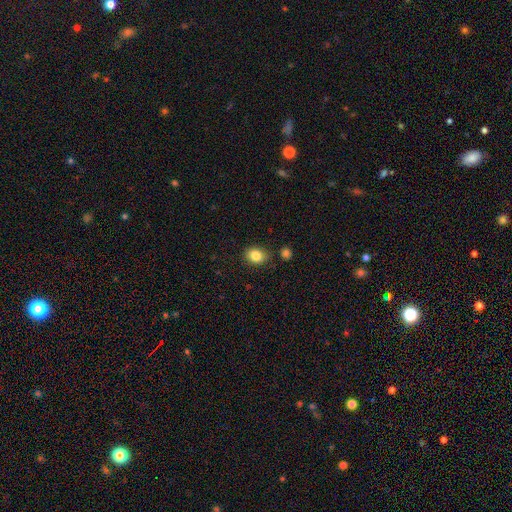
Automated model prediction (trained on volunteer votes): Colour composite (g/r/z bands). It shows a smooth galaxy with no disk features (84%) that is in between round and cigar-shaped (51%). Merging: none (82%).